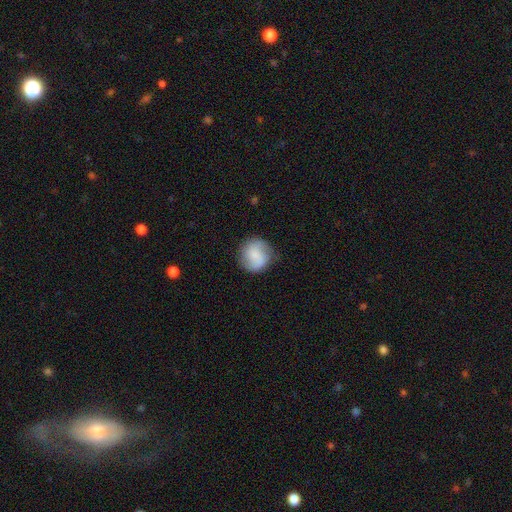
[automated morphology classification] This is likely a smooth galaxy (67%). How rounded: clearly round (89%). Merging: likely none (77%).